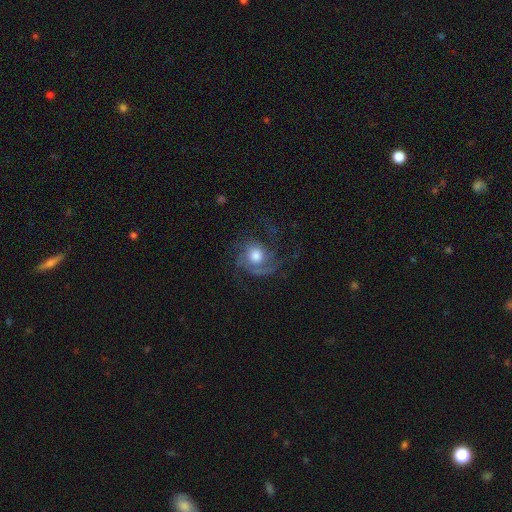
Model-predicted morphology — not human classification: A featured or disk galaxy (74%) with no bar (78%), 3 (32%) medium (45%) spiral arms (93%) and a moderate central bulge (50%).

Vote fractions:
- Smooth or featured? featured or disk: 74% / smooth: 19% / star or artifact: 7%
- Edge-on disk? no: 98% / yes: 2%
- Bar? no: 78% / weak: 19% / strong: 3%
- Spiral arms? yes: 93% / no: 7%
- Spiral winding? medium: 45% / tight: 30% / loose: 25%
- Spiral arm count? 3: 32% / 2: 26% / can't tell: 17% / 1: 13% / 4: 8% / more than 4: 6%
- Bulge size? moderate: 50% / large: 39% / small: 5% / dominant: 4% / none: 2%
- Merging? none: 57% / major disturbance: 23% / minor disturbance: 18% / merger: 1%